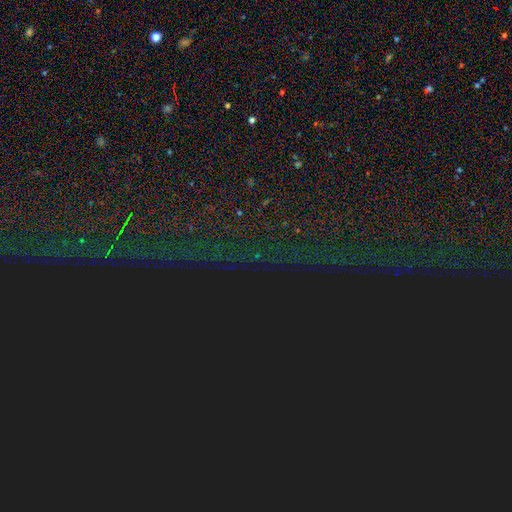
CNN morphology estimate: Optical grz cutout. It shows a star or artifact, not a galaxy (87%).